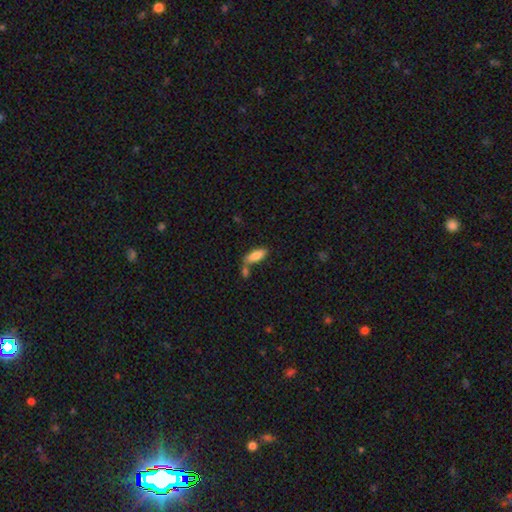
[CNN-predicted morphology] Smooth or featured: smooth — 80% (featured or disk — 13%)
How rounded: in between — 74% (cigar-shaped — 24%)
Merging: none — 52% (merger — 30%)